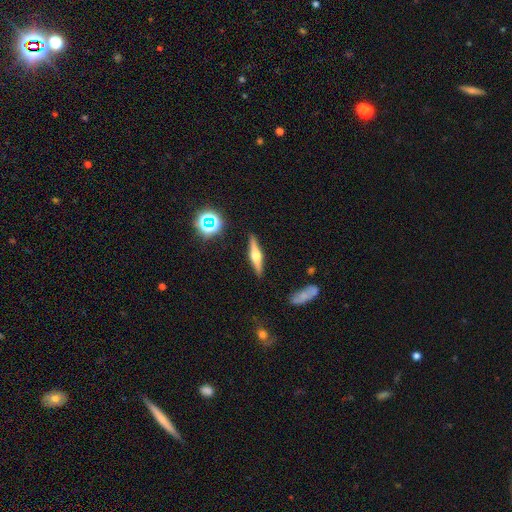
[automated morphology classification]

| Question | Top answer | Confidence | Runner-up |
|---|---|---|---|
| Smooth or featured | featured or disk | 67% | smooth (26%) |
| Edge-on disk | yes | 97% | no (3%) |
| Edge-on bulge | rounded | 93% | boxy (5%) |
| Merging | none | 89% | minor disturbance (7%) |